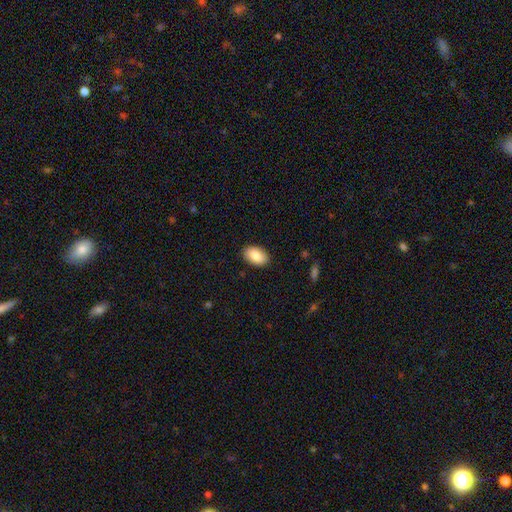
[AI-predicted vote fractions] Morphology: type=smooth (86%); roundness=in between (92%); merging=none (89%).